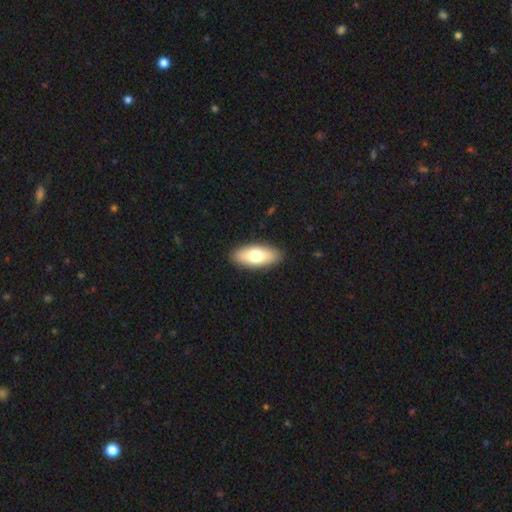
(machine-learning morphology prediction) This appears to be a smooth galaxy with no disk features (72%) that is in between round and cigar-shaped (84%). Merging: none (90%).